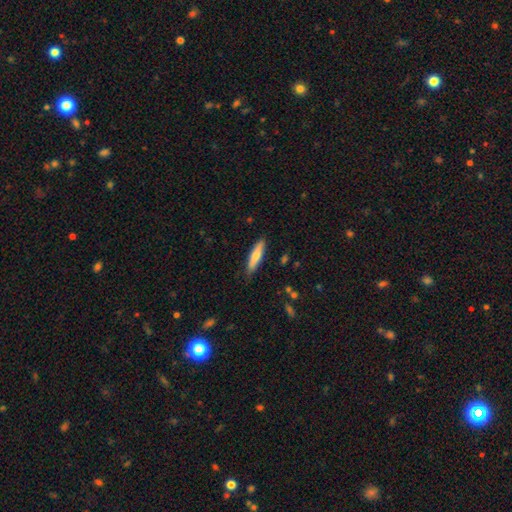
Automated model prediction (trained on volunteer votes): smooth 66%, featured or disk 28%, star or artifact 6%. Down the decision tree: how rounded — cigar-shaped (80%); merging — none (86%).